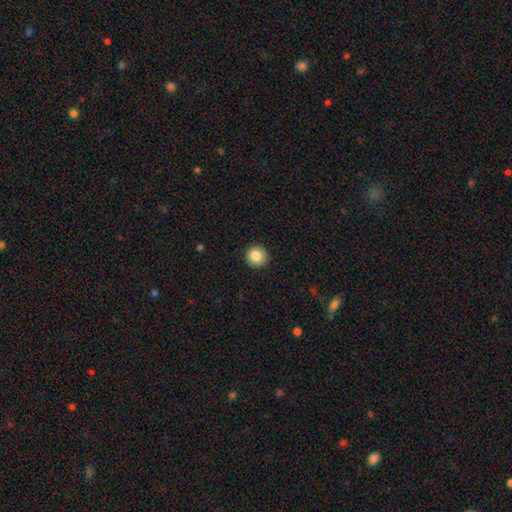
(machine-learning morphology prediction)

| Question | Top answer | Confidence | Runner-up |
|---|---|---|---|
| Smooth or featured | smooth | 86% | star or artifact (9%) |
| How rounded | round | 95% | in between (4%) |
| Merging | none | 92% | minor disturbance (5%) |